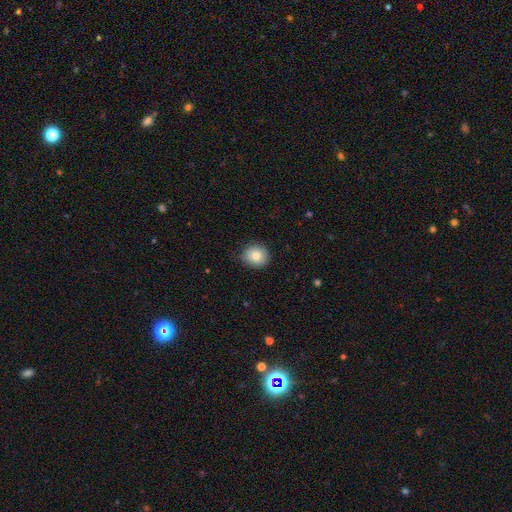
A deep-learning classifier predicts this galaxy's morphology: smooth-or-featured: smooth: 83% | star or artifact: 9% | featured or disk: 8%
  how-rounded: round: 79% | in between: 20% | cigar-shaped: 1%
  merging: none: 83% | minor disturbance: 14% | major disturbance: 2% | merger: 1%